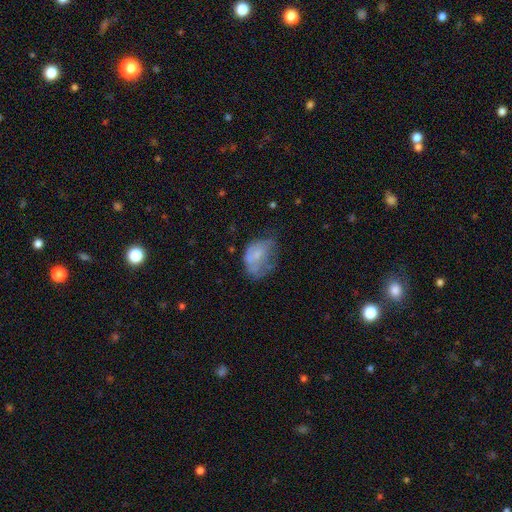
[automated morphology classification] Smooth or featured: smooth — 57% (featured or disk — 33%)
How rounded: in between — 74% (round — 24%)
Merging: major disturbance — 35% (minor disturbance — 34%)